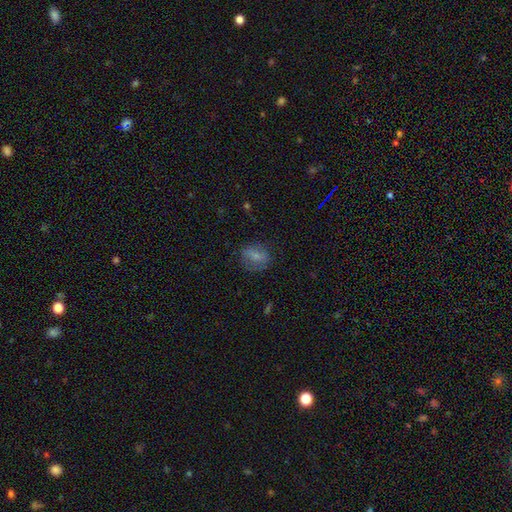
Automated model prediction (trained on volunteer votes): Q: Smooth or featured?
A: smooth (70%); runner-up: featured or disk (20%)
Q: How rounded?
A: in between (53%); runner-up: round (43%)
Q: Merging?
A: none (72%); runner-up: minor disturbance (19%)